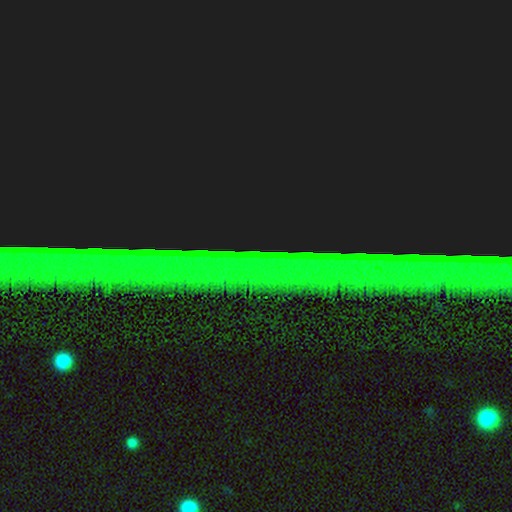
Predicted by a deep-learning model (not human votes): The model was most divided on "smooth or featured": star or artifact: 83%, featured or disk: 10%, smooth: 7%.